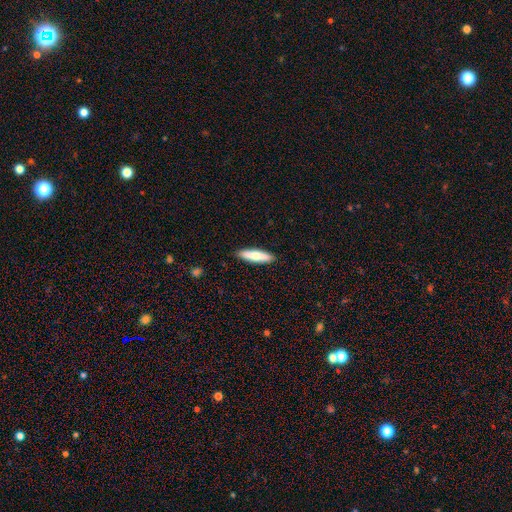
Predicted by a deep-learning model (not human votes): Overall: smooth (69%). How rounded: cigar-shaped (76%). Merging: none (90%).